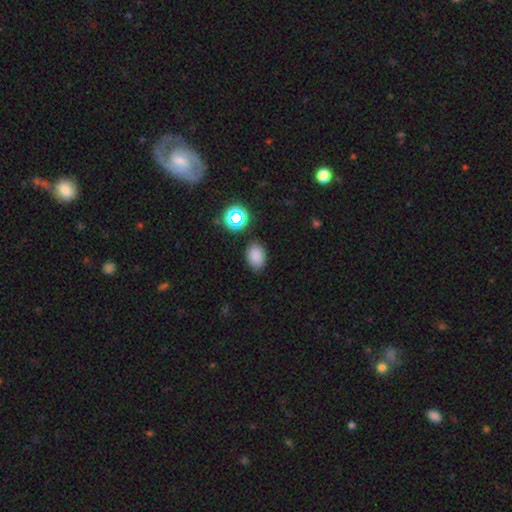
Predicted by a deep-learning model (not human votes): Q: Smooth or featured?
A: smooth (81%); runner-up: star or artifact (14%)
Q: How rounded?
A: in between (79%); runner-up: round (20%)
Q: Merging?
A: none (83%); runner-up: minor disturbance (12%)